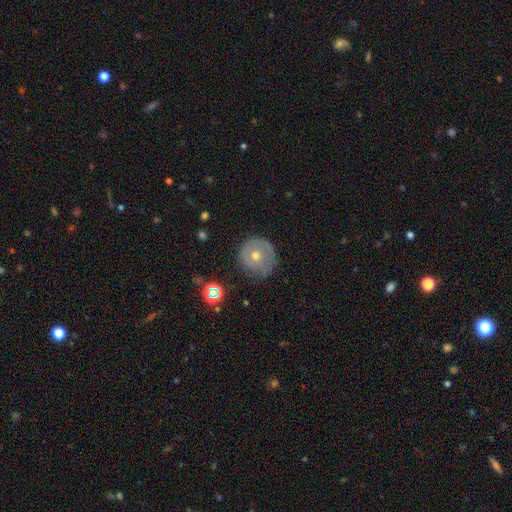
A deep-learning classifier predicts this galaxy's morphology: type=featured or disk (53%); edge-on=no (96%); bar=no (88%); spiral arms=no (52%); bulge=moderate (56%); merging=none (76%).